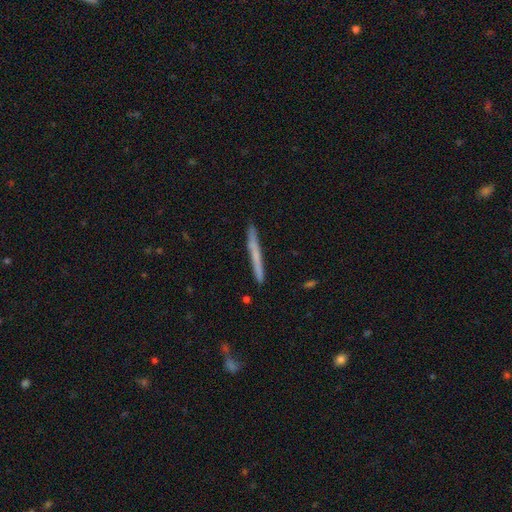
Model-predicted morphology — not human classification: Smooth or featured: smooth — 55% (featured or disk — 39%)
How rounded: cigar-shaped — 97% (in between — 2%)
Merging: none — 90% (minor disturbance — 7%)